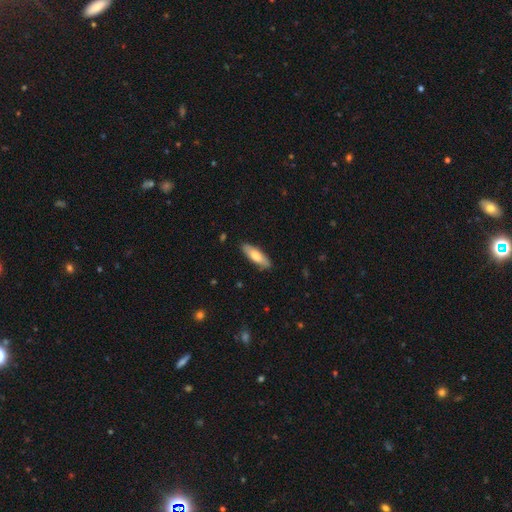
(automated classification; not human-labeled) This is likely a smooth galaxy (69%). How rounded: possibly in between (51%). Merging: clearly none (86%).